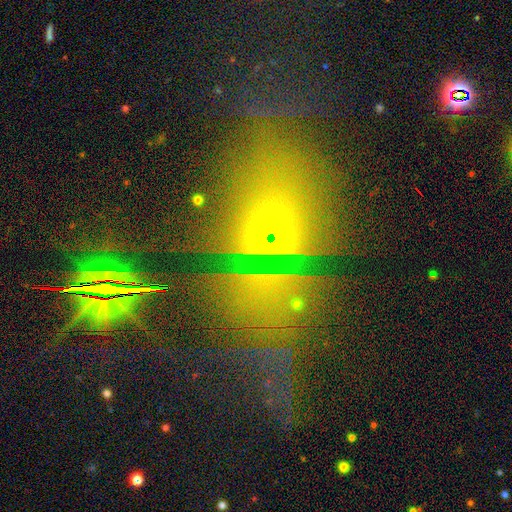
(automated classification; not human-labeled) A star or artifact, not a galaxy (58%).

Vote fractions:
- Smooth or featured? star or artifact: 58% / smooth: 21% / featured or disk: 20%